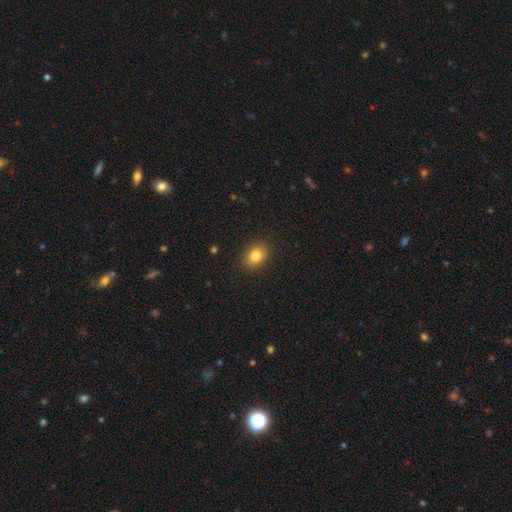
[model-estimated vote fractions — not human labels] Overall: smooth (83%). How rounded: in between (64%; round 35%). Merging: none (89%).